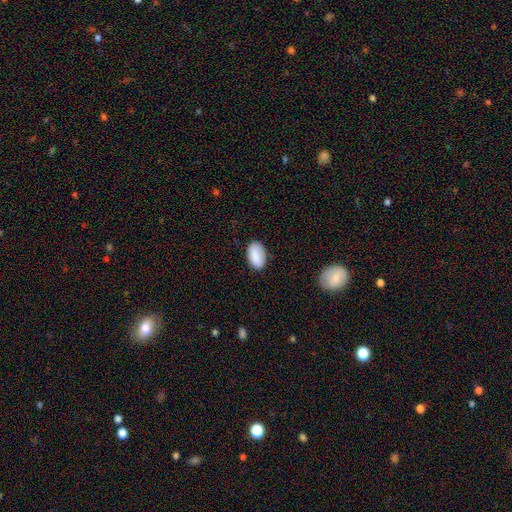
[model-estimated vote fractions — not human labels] smooth 86%, star or artifact 7%, featured or disk 7%. Down the decision tree: how rounded — in between (93%); merging — none (80%).